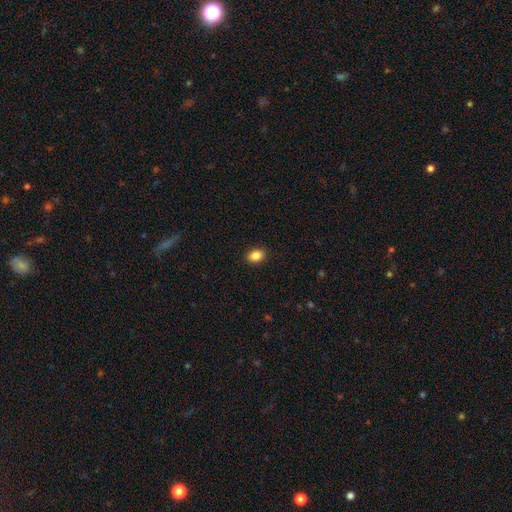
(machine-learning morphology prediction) Smooth or featured: smooth — 87% (star or artifact — 9%)
How rounded: in between — 69% (round — 30%)
Merging: none — 90% (minor disturbance — 7%)